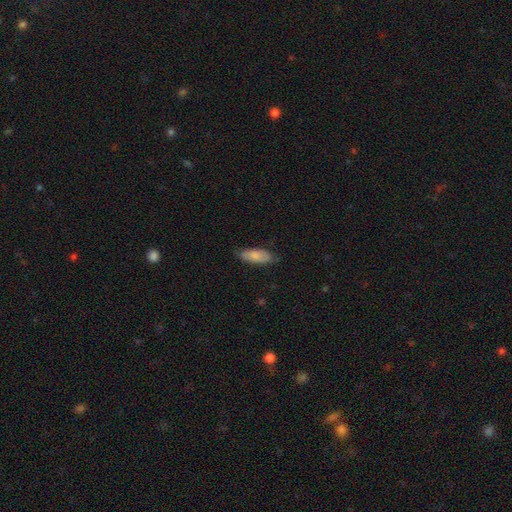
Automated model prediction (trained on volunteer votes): smooth_or_featured: smooth (p=0.77) [alt: featured or disk p=0.17]
how_rounded: in between (p=0.79) [alt: cigar-shaped p=0.19]
merging: none (p=0.71) [alt: minor disturbance p=0.23]